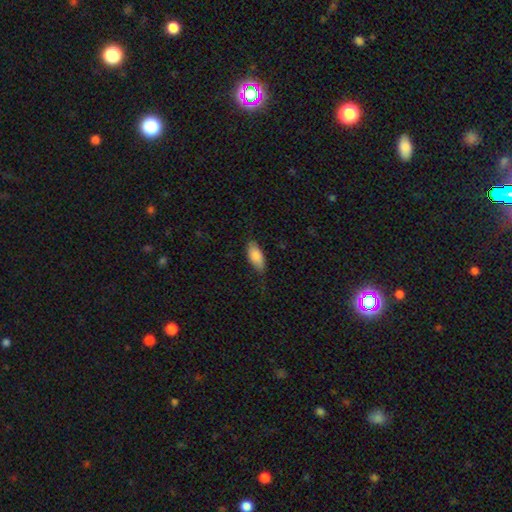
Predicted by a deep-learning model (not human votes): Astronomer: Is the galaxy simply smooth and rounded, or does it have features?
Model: smooth — 84%.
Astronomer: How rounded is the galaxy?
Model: in between — 87%.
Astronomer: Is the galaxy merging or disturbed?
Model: none — 75%.